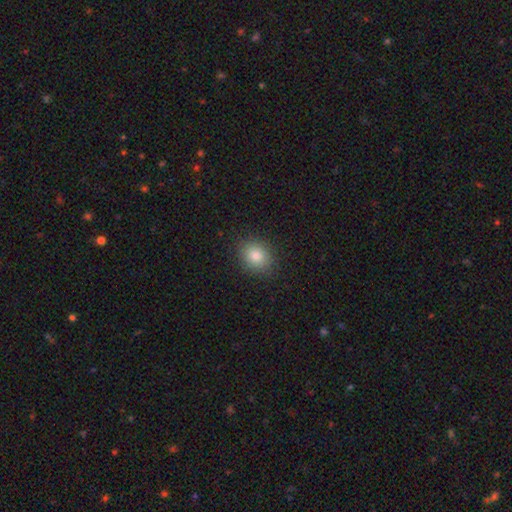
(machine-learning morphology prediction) Smooth or featured?
  - smooth: 82% *
  - star or artifact: 11%
  - featured or disk: 7%
How rounded?
  - round: 64% *
  - in between: 35%
  - cigar-shaped: 1%
Merging?
  - none: 89% *
  - minor disturbance: 8%
  - major disturbance: 2%
  - merger: 1%